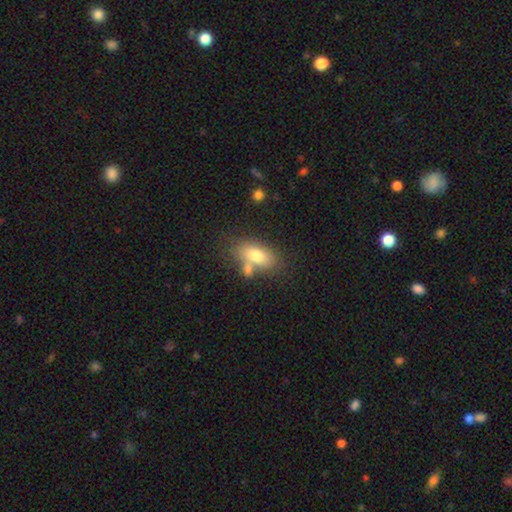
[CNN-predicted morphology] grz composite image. It shows a smooth galaxy with no disk features (76%) that is in between round and cigar-shaped (87%). Merging: none (54%).